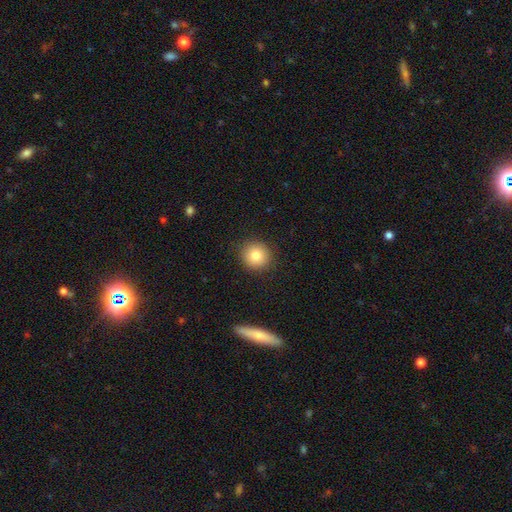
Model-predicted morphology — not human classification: A smooth galaxy with no disk features (81%) that is round (91%). Merging: none (90%).